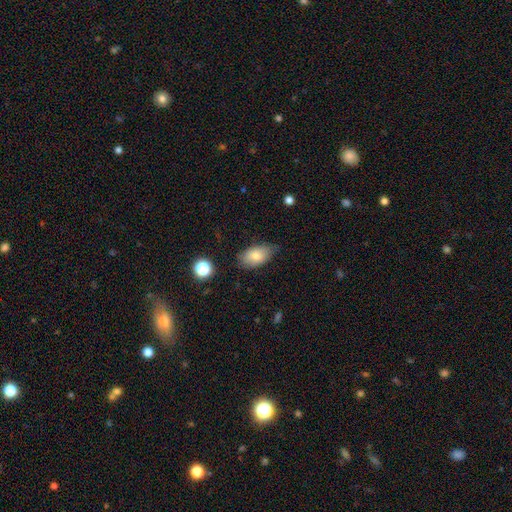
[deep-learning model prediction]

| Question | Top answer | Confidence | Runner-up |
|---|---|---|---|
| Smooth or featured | smooth | 79% | featured or disk (13%) |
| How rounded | in between | 91% | round (7%) |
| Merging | none | 68% | minor disturbance (25%) |